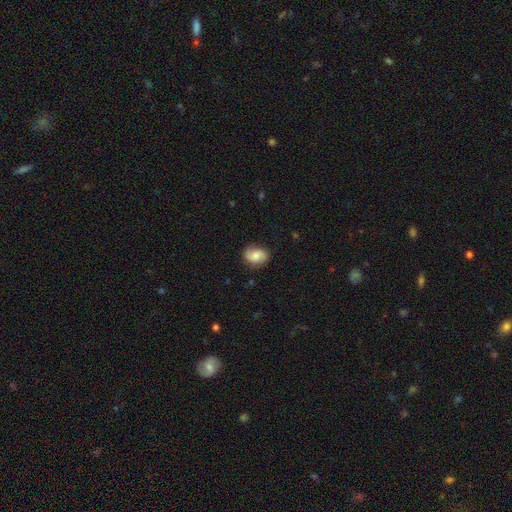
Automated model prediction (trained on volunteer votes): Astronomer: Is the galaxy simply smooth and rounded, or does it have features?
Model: smooth — 67%.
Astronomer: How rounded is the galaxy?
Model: in between — 70%.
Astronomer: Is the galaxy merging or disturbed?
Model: none — 77%.